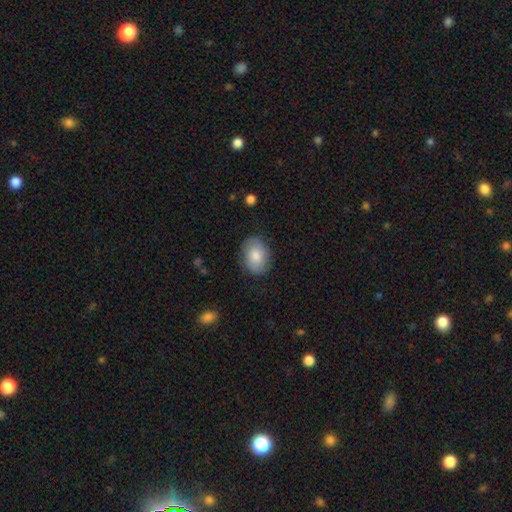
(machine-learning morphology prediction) Smooth or featured? Predicted: smooth (p=0.75). How rounded? Predicted: in between (p=0.71). Merging? Predicted: none (p=0.81).